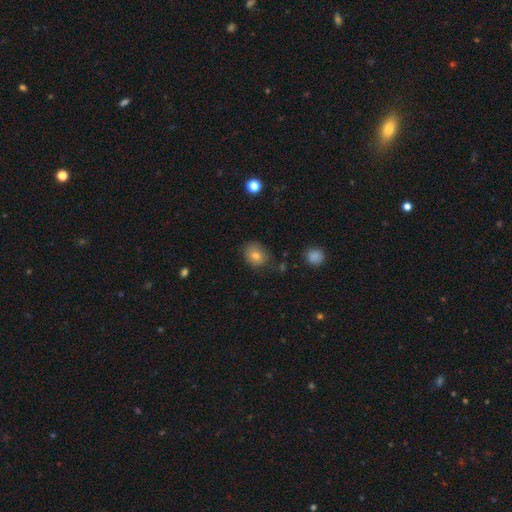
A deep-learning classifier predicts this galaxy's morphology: This appears to be a smooth galaxy with no disk features (76%) that is round (60%). Merging: none (75%).